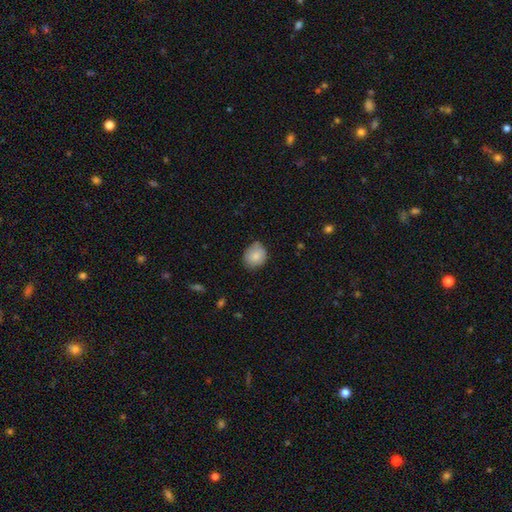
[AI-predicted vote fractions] The model was most divided on "how rounded": round: 64%, in between: 35%, cigar-shaped: 1%. More confident: smooth or featured — smooth (83%); merging — none (67%).